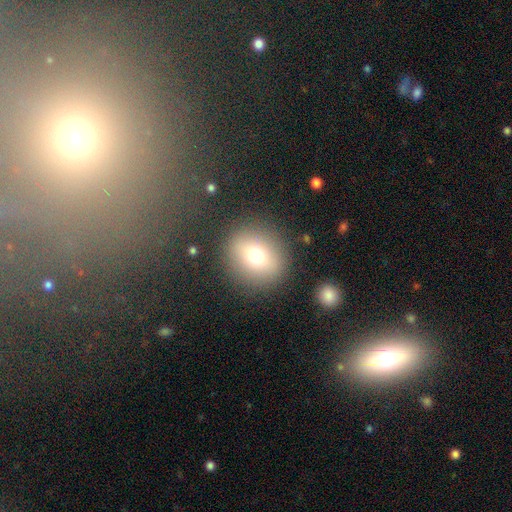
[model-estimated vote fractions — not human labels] Smooth or featured? smooth (73%)
How rounded? round (79%)
Merging? none (85%)